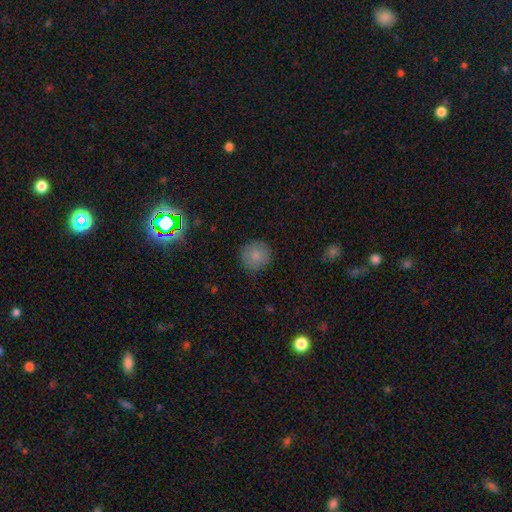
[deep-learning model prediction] A smooth galaxy with no disk features (84%) that is round (94%).

Vote fractions:
- Smooth or featured? smooth: 84% / star or artifact: 8% / featured or disk: 8%
- How rounded? round: 94% / in between: 5% / cigar-shaped: 1%
- Merging? none: 82% / minor disturbance: 14% / major disturbance: 3% / merger: 1%